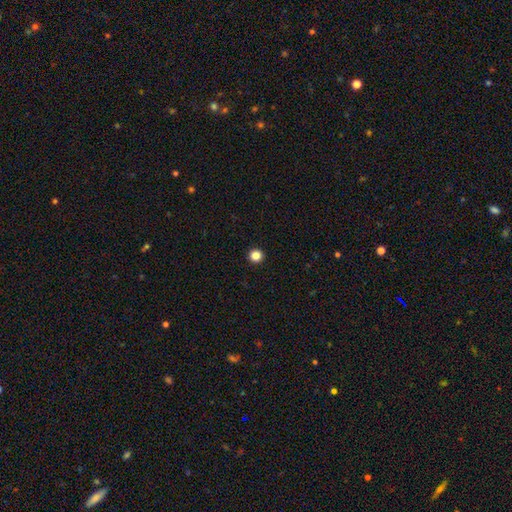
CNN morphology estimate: Q: Smooth or featured?
A: smooth (85%); runner-up: star or artifact (12%)
Q: How rounded?
A: round (95%); runner-up: in between (4%)
Q: Merging?
A: none (94%); runner-up: minor disturbance (3%)